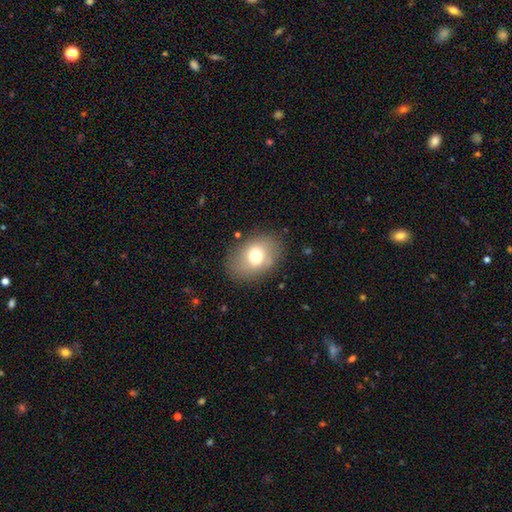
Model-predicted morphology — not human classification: This is likely a smooth galaxy (70%). How rounded: likely in between (73%). Merging: likely none (79%).